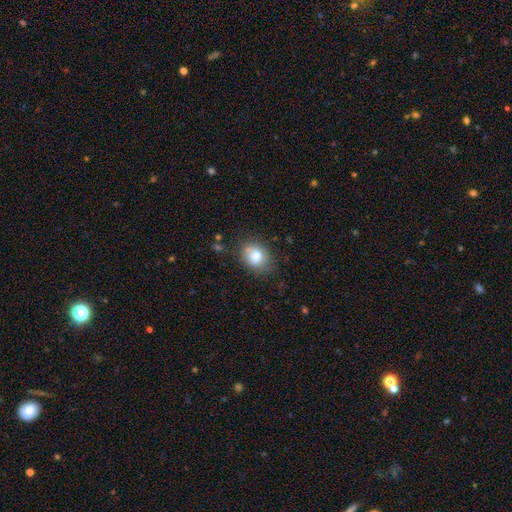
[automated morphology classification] A smooth galaxy with no disk features (76%) that is in between round and cigar-shaped (57%).

Vote fractions:
- Smooth or featured? smooth: 76% / featured or disk: 14% / star or artifact: 9%
- How rounded? in between: 57% / round: 42% / cigar-shaped: 1%
- Merging? none: 67% / minor disturbance: 21% / merger: 7% / major disturbance: 5%